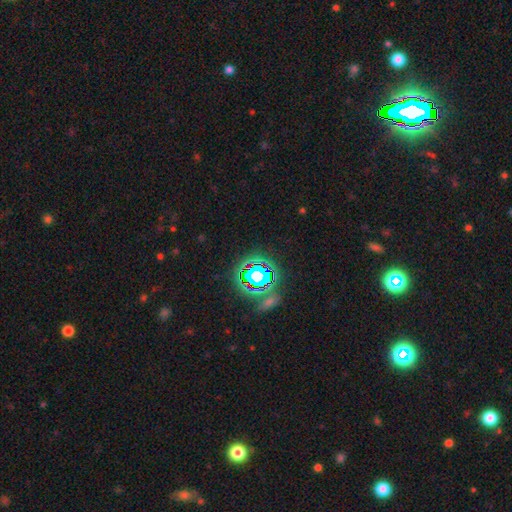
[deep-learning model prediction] This is likely a star or artifact rather than a galaxy (79%).